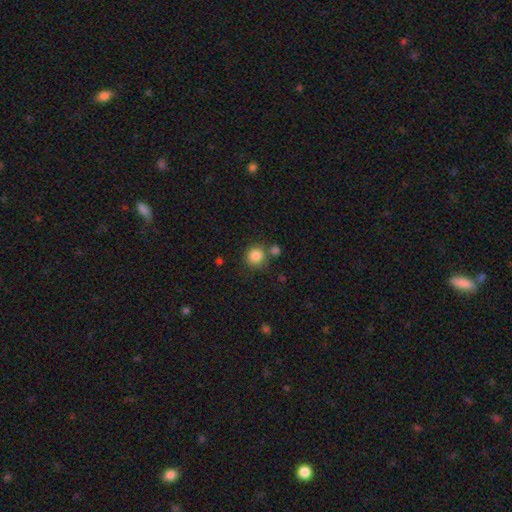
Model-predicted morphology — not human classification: Overall: smooth (86%). How rounded: round (90%). Merging: none (70%).